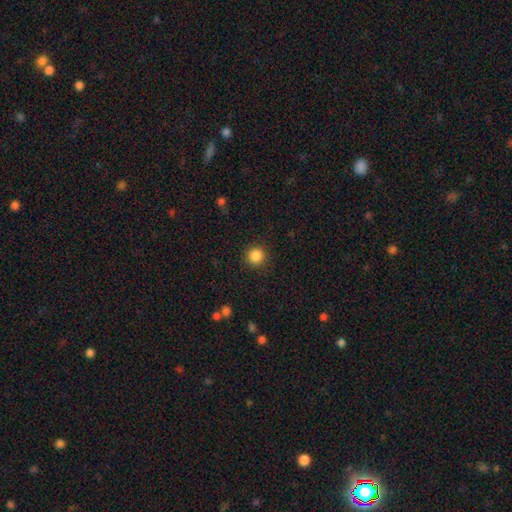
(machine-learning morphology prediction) smooth-or-featured: smooth: 86% | star or artifact: 11% | featured or disk: 3%
  how-rounded: round: 94% | in between: 5% | cigar-shaped: 1%
  merging: none: 90% | minor disturbance: 6% | major disturbance: 3% | merger: 1%